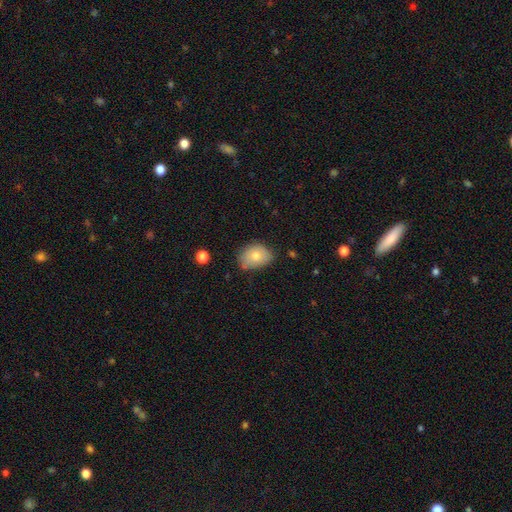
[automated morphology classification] smooth 76%, featured or disk 16%, star or artifact 8%. Down the decision tree: how rounded — in between (75%); merging — none (59%).